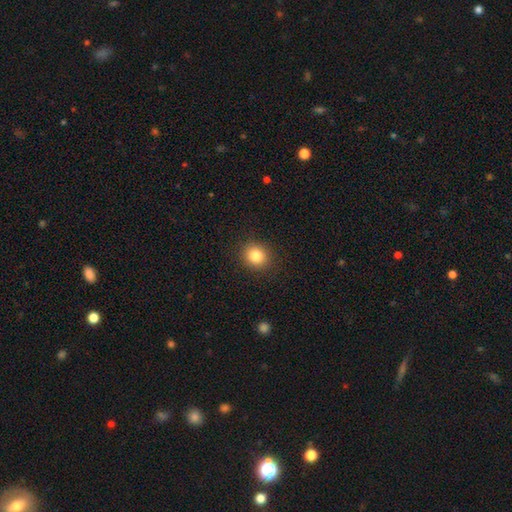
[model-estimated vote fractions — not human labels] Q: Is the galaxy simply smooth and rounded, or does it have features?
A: smooth — 83%.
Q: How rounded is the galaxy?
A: round — 83%.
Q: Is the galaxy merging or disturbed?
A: none — 90%.